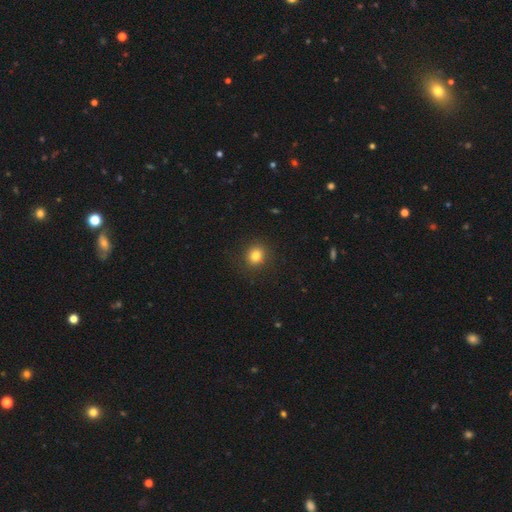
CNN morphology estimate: A smooth galaxy with no disk features (82%) that is round (84%). Merging: none (89%).